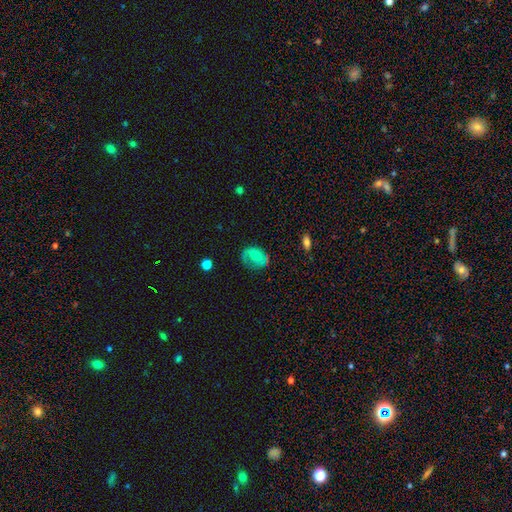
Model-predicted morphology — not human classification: Q: Smooth or featured?
A: smooth (50%); runner-up: featured or disk (42%)
Q: Merging?
A: none (56%); runner-up: minor disturbance (26%)